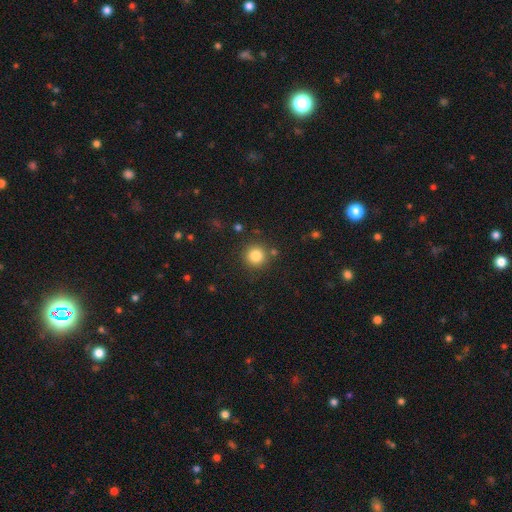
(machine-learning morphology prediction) The model was most divided on "smooth or featured": smooth: 83%, star or artifact: 12%, featured or disk: 5%. More confident: how rounded — round (95%); merging — none (86%).